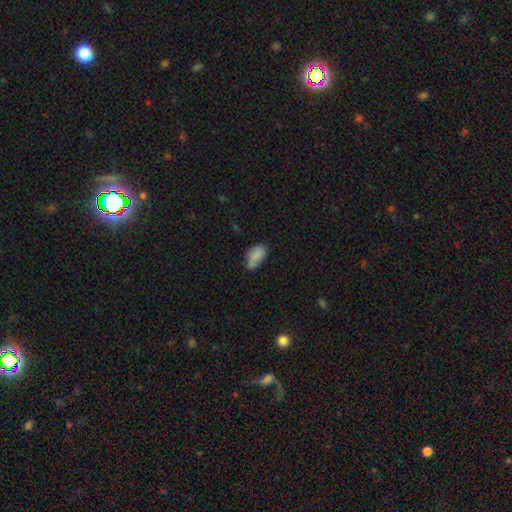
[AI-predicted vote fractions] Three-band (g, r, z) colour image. It shows a smooth galaxy with no disk features (79%) that is in between round and cigar-shaped (92%). Merging: none (54%).